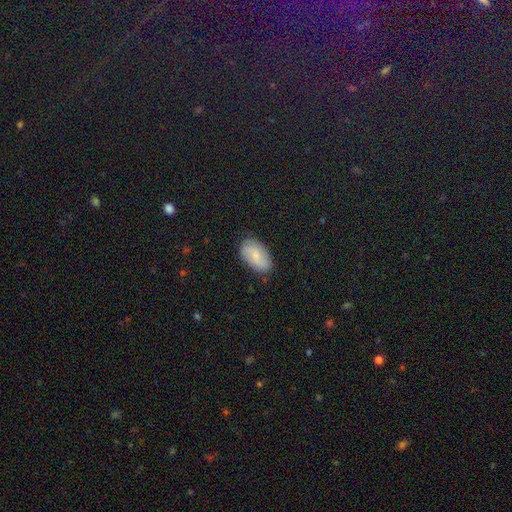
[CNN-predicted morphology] Smooth or featured: smooth — 71% (featured or disk — 21%)
How rounded: in between — 94% (round — 4%)
Merging: none — 82% (minor disturbance — 14%)